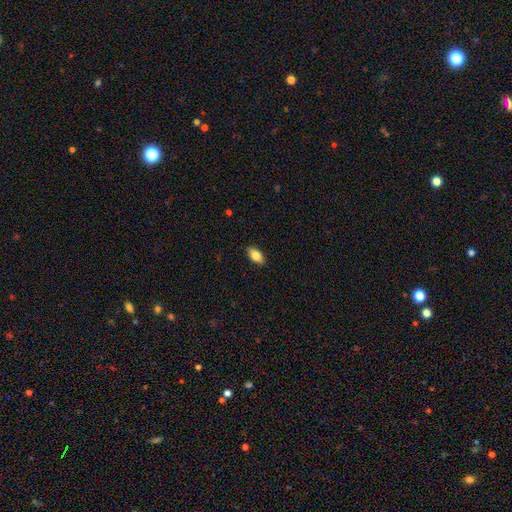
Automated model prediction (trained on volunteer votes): smooth_or_featured: smooth (p=0.81) [alt: featured or disk p=0.12]
how_rounded: in between (p=0.92) [alt: round p=0.05]
merging: none (p=0.89) [alt: minor disturbance p=0.08]